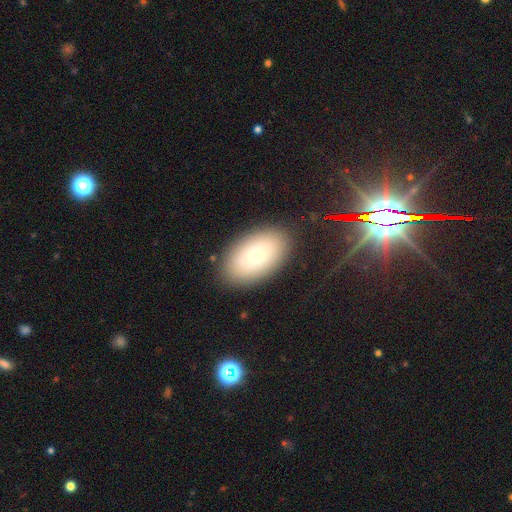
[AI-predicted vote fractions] A smooth galaxy with no disk features (65%) that is in between round and cigar-shaped (89%). Merging: none (86%).